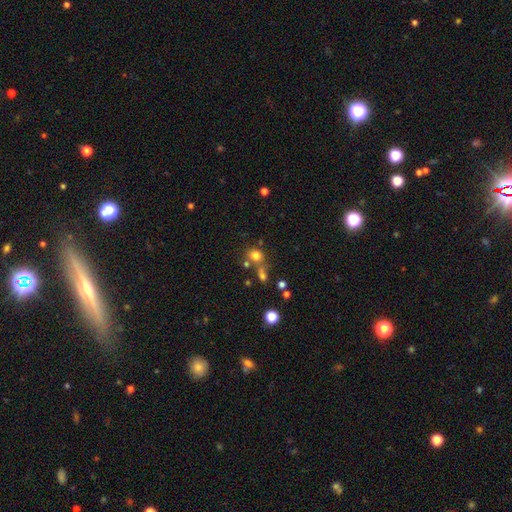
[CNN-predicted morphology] Q: Smooth or featured?
A: smooth (75%); runner-up: star or artifact (16%)
Q: How rounded?
A: round (75%); runner-up: in between (24%)
Q: Merging?
A: none (54%); runner-up: merger (29%)